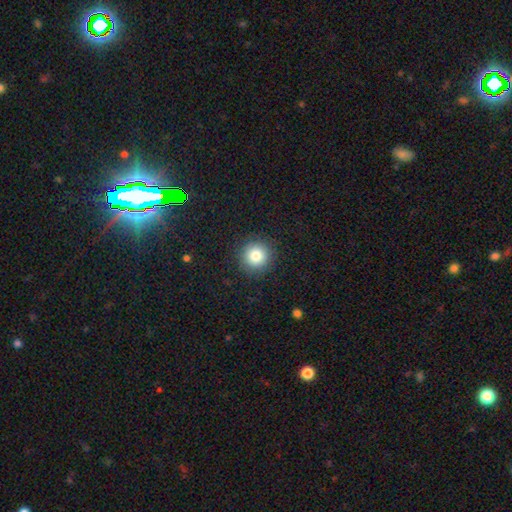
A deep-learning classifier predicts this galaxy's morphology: smooth 81%, star or artifact 11%, featured or disk 8%. Down the decision tree: how rounded — round (95%); merging — none (90%).